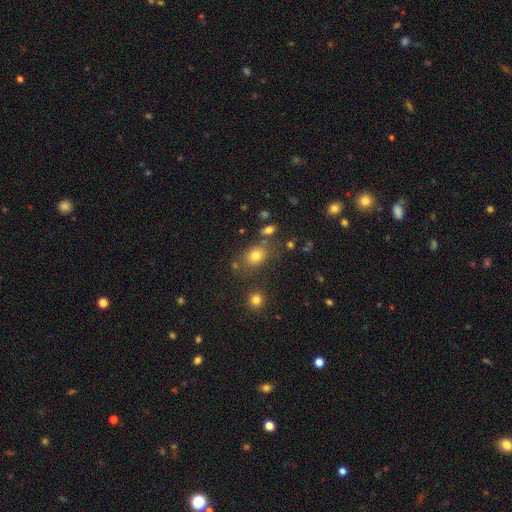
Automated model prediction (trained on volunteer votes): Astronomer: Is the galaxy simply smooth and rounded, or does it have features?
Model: smooth — 76%.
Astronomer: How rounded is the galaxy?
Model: in between — 54% (runner-up: round, 45%).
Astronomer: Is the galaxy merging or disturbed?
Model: none — 69%.